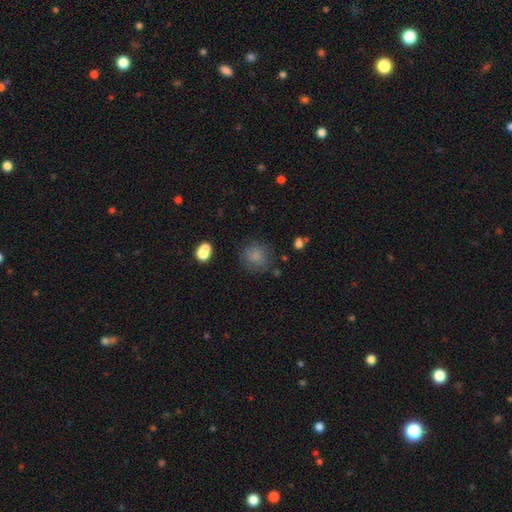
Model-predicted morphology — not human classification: type=smooth (82%); roundness=round (87%); merging=none (77%).